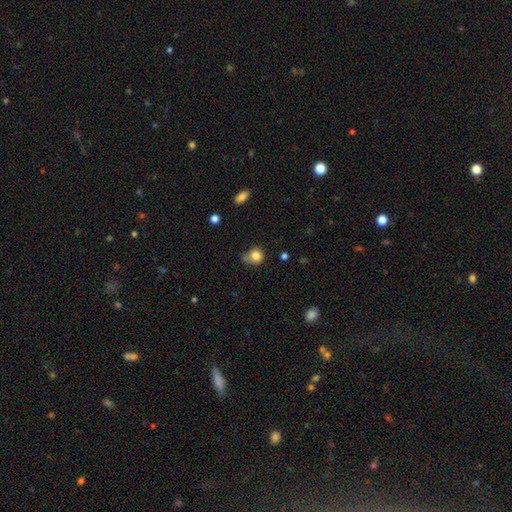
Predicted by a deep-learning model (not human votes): Overall: smooth (80%). How rounded: round (73%). Merging: none (43%; minor disturbance 35%).